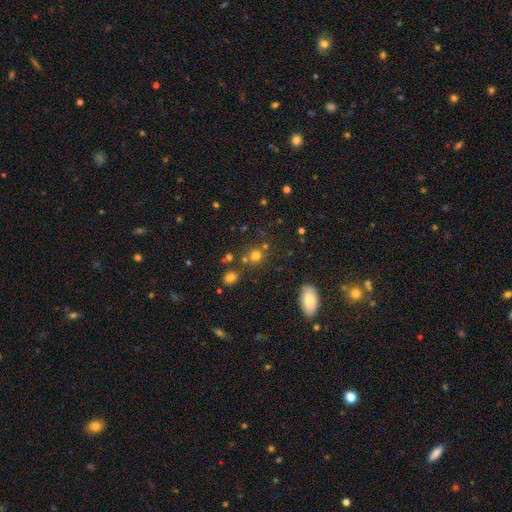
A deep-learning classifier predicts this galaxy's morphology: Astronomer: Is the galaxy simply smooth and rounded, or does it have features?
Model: smooth — 69%.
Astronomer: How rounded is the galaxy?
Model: round — 85%.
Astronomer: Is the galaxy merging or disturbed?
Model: none — 69%.